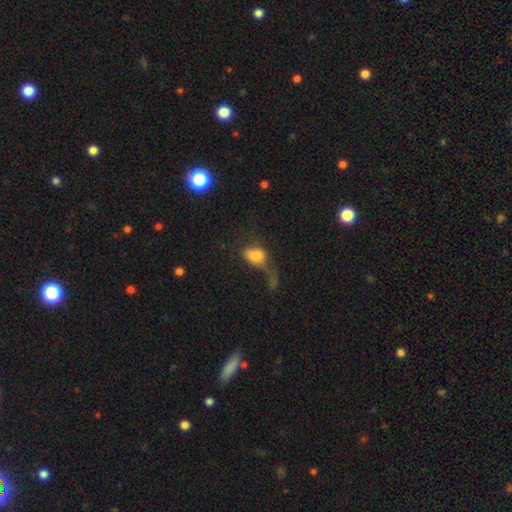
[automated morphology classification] smooth 68%, featured or disk 23%, star or artifact 9%. Down the decision tree: how rounded — in between (80%); merging — major disturbance (57%).